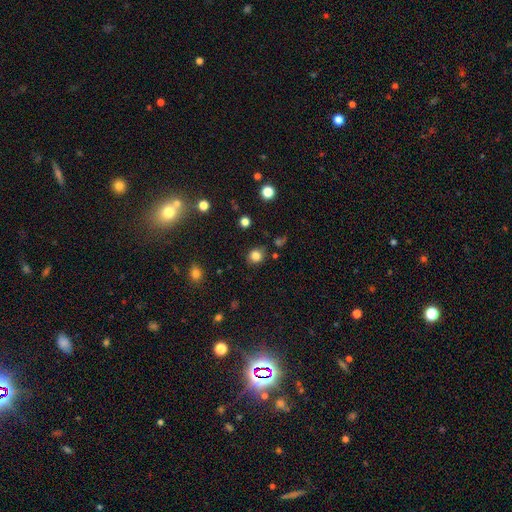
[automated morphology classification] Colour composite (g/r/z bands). It shows a smooth galaxy with no disk features (82%) that is round (77%). Merging: none (82%).